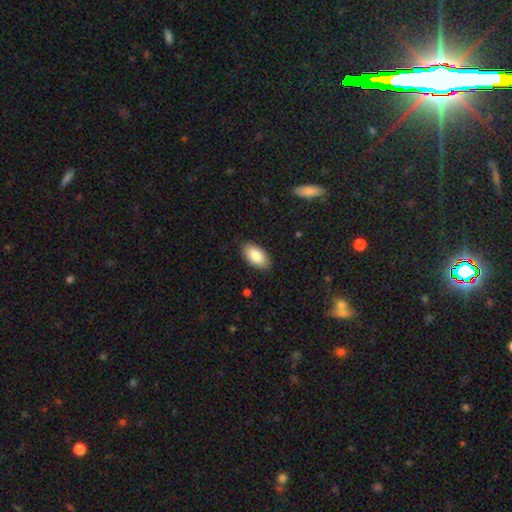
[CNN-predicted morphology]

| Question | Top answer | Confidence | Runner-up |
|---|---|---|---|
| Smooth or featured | smooth | 84% | featured or disk (10%) |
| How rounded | in between | 95% | round (3%) |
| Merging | none | 87% | minor disturbance (10%) |